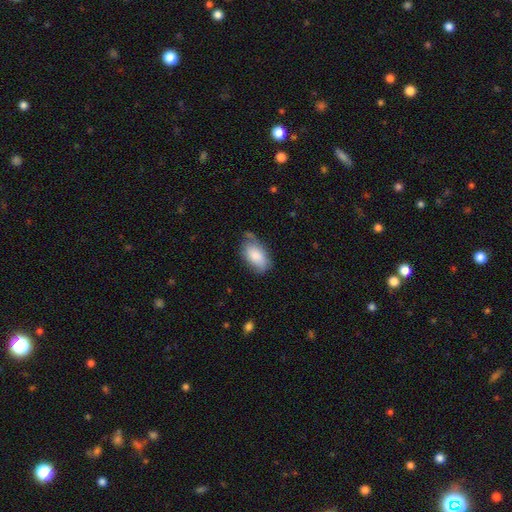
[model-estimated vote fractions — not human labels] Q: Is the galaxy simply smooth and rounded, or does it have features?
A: smooth — 82%.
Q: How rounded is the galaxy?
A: in between — 93%.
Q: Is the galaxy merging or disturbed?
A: none — 58%.